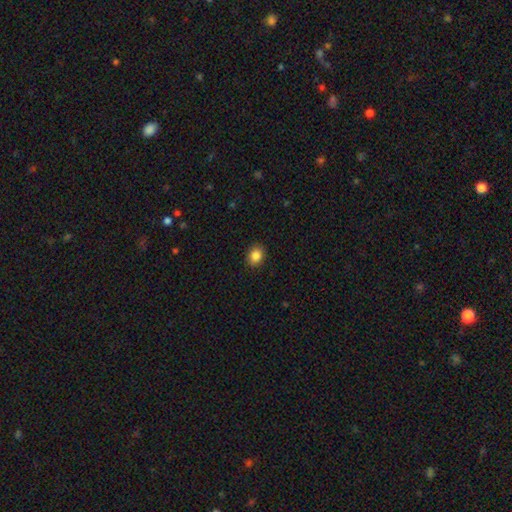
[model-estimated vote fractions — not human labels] Smooth or featured?
  - smooth: 86% *
  - star or artifact: 9%
  - featured or disk: 4%
How rounded?
  - round: 51% *
  - in between: 48%
  - cigar-shaped: 1%
Merging?
  - none: 90% *
  - minor disturbance: 7%
  - major disturbance: 2%
  - merger: 1%